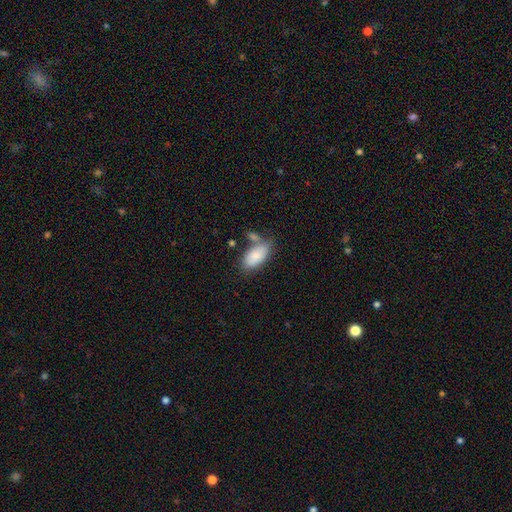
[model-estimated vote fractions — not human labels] Smooth or featured?
  - smooth: 83% *
  - featured or disk: 11%
  - star or artifact: 6%
How rounded?
  - in between: 93% *
  - cigar-shaped: 5%
  - round: 3%
Merging?
  - none: 54% *
  - minor disturbance: 20%
  - merger: 20%
  - major disturbance: 6%